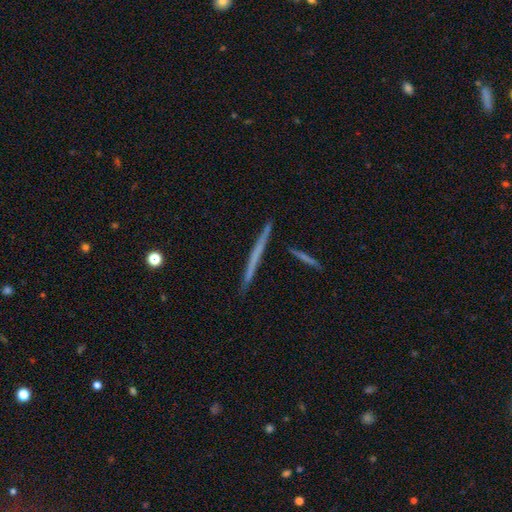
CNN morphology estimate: Smooth or featured?
  - featured or disk: 53% *
  - smooth: 40%
  - star or artifact: 7%
Edge-on disk?
  - yes: 97% *
  - no: 3%
Edge-on bulge?
  - none: 92% *
  - rounded: 5%
  - boxy: 3%
Merging?
  - none: 90% *
  - minor disturbance: 6%
  - merger: 2%
  - major disturbance: 1%